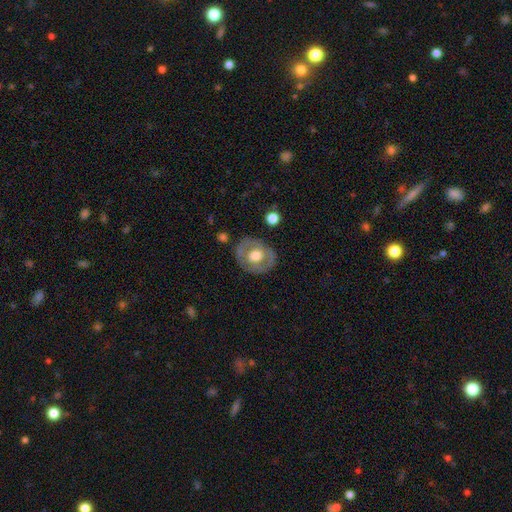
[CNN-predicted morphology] featured or disk 51%, smooth 43%, star or artifact 6%. Down the decision tree: edge-on disk — no (94%); merging — none (78%).